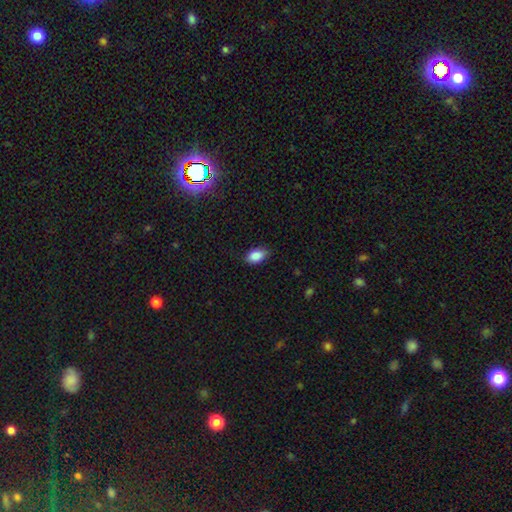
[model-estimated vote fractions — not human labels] Smooth or featured: smooth — 87% (star or artifact — 8%)
How rounded: in between — 91% (round — 7%)
Merging: none — 82% (minor disturbance — 14%)